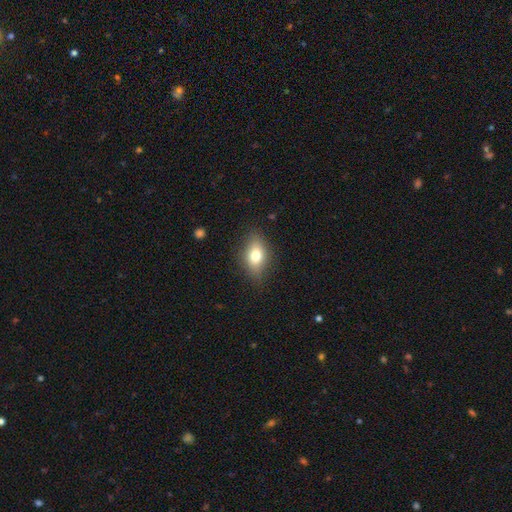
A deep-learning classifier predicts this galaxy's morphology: A smooth galaxy with no disk features (74%) that is in between round and cigar-shaped (81%). Merging: none (82%).